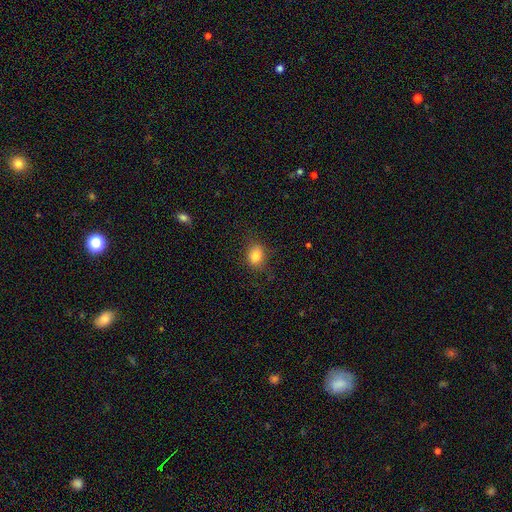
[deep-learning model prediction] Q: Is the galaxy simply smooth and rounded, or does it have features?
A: smooth — 84%.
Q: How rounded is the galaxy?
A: in between — 56%.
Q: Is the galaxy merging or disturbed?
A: none — 76%.